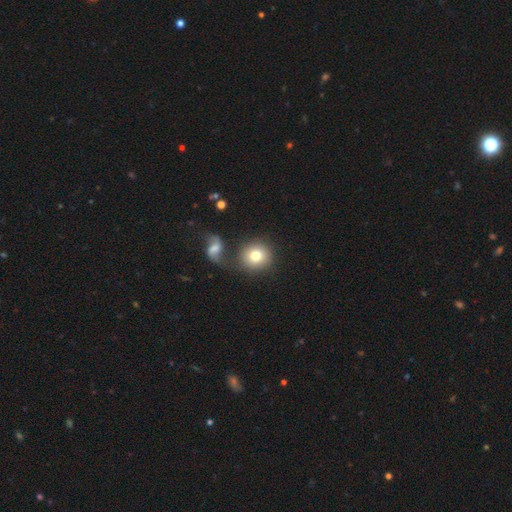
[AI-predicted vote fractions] A smooth galaxy with no disk features (77%) that is round (89%).

Vote fractions:
- Smooth or featured? smooth: 77% / featured or disk: 14% / star or artifact: 9%
- How rounded? round: 89% / in between: 10% / cigar-shaped: 1%
- Merging? none: 66% / merger: 18% / minor disturbance: 11% / major disturbance: 5%